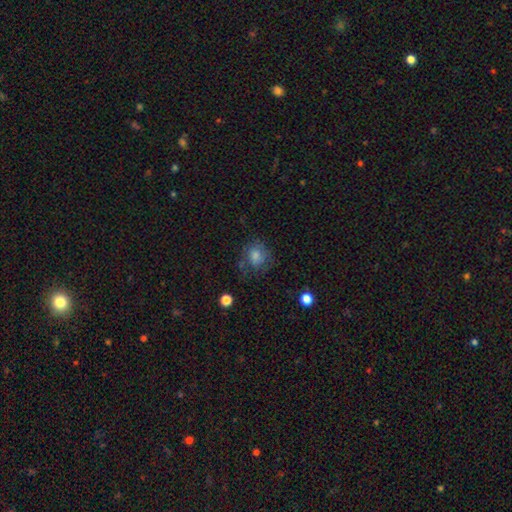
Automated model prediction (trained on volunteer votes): This appears to be a smooth galaxy with no disk features (62%) that is round (72%). Merging: none (61%).